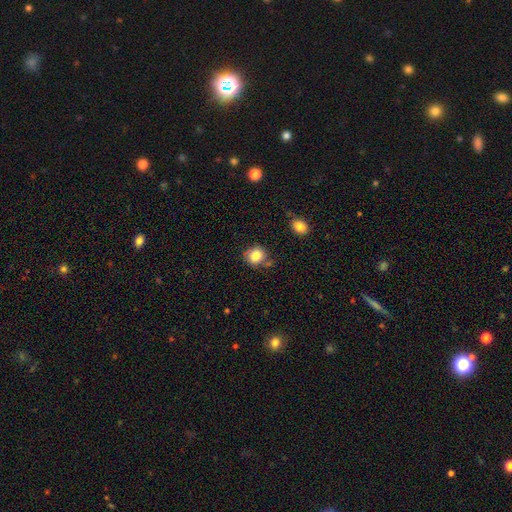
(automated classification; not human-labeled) Smooth or featured? smooth (83%)
How rounded? round (82%)
Merging? none (72%)